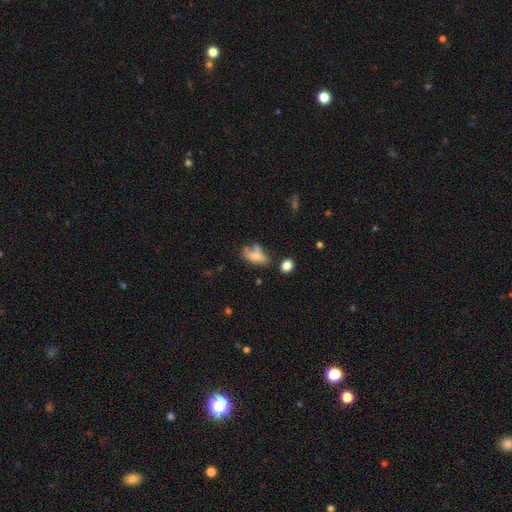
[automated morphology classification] Smooth or featured: smooth — 66% (featured or disk — 23%)
How rounded: in between — 81% (cigar-shaped — 13%)
Merging: none — 42% (minor disturbance — 26%)